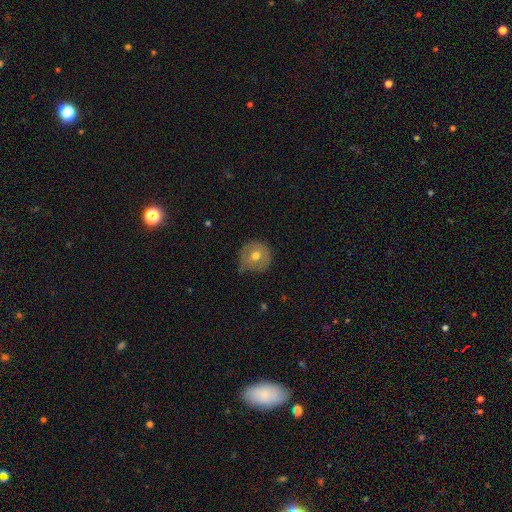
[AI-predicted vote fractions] smooth 65%, featured or disk 26%, star or artifact 9%. Down the decision tree: how rounded — round (95%); merging — none (72%).